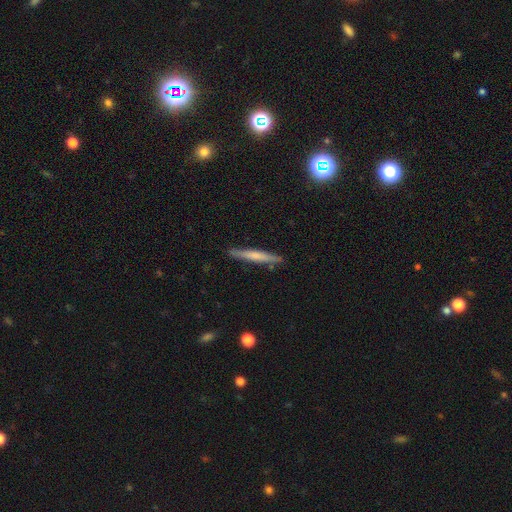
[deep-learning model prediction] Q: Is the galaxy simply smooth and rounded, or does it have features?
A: smooth — 56%.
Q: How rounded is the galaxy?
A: cigar-shaped — 96%.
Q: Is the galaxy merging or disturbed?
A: none — 87%.